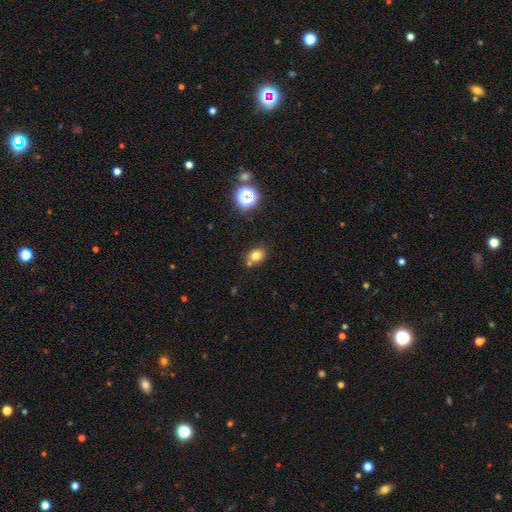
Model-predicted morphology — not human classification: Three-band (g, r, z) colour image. It shows a smooth galaxy with no disk features (77%) that is round (53%). Merging: none (71%).